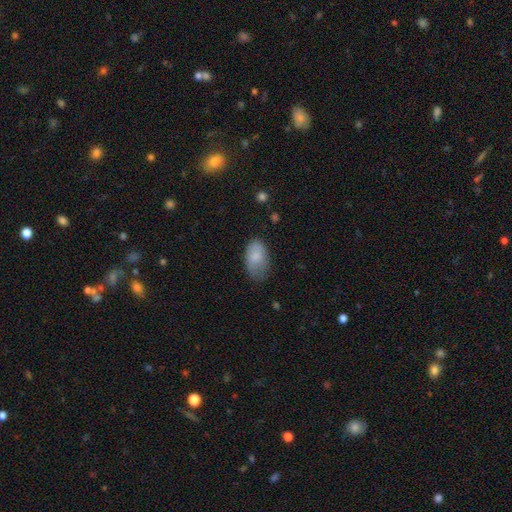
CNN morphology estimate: smooth-or-featured: smooth: 82% | featured or disk: 11% | star or artifact: 7%
  how-rounded: in between: 93% | round: 5% | cigar-shaped: 1%
  merging: none: 51% | minor disturbance: 36% | major disturbance: 11% | merger: 1%